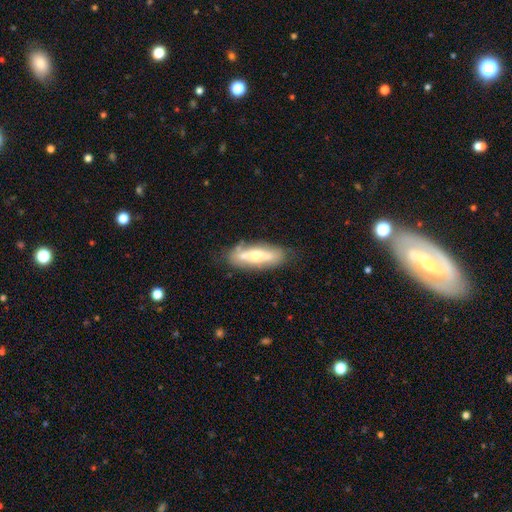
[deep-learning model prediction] The model was most divided on "smooth or featured": featured or disk: 51%, smooth: 43%, star or artifact: 6%. More confident: merging — none (70%); edge-on disk — no (59%).